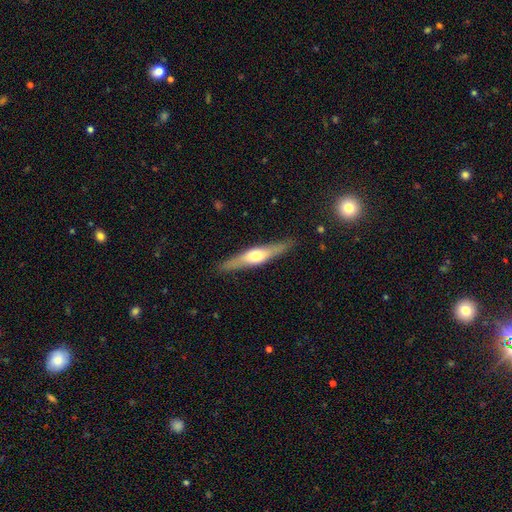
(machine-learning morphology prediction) Overall: featured or disk (60%; smooth 35%). Edge-on disk: yes (93%). Edge-on bulge: rounded (90%). Merging: none (88%).